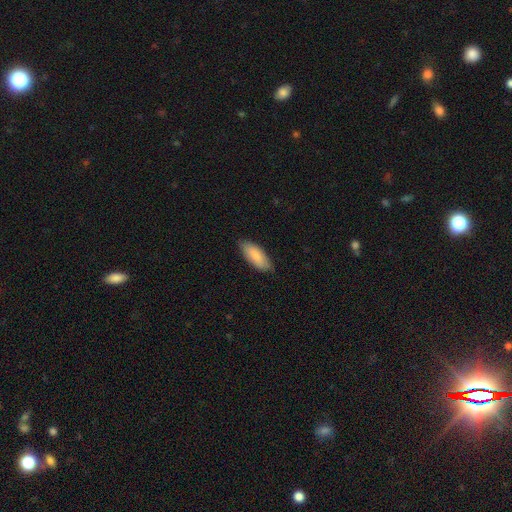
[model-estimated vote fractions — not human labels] smooth 85%, featured or disk 9%, star or artifact 5%. Down the decision tree: how rounded — in between (81%); merging — none (80%).